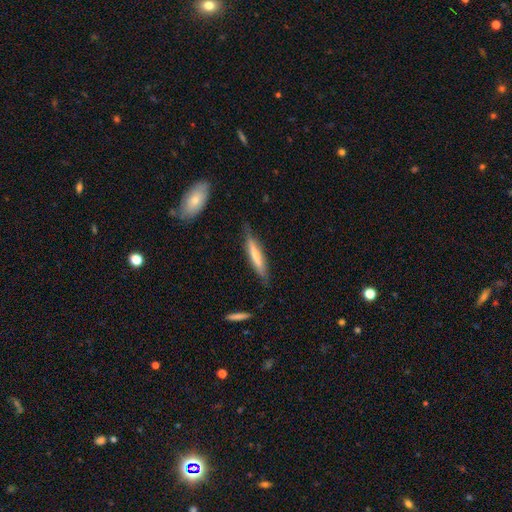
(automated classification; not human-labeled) Morphology: type=smooth (58%); roundness=cigar-shaped (90%); merging=none (74%).